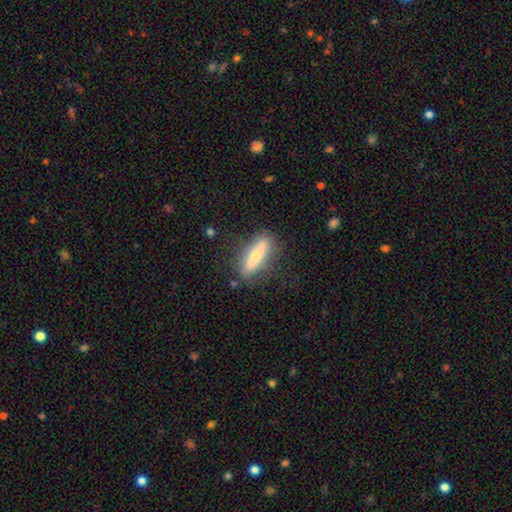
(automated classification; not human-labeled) This is likely a smooth galaxy (62%). How rounded: likely cigar-shaped (66%). Merging: likely none (77%).